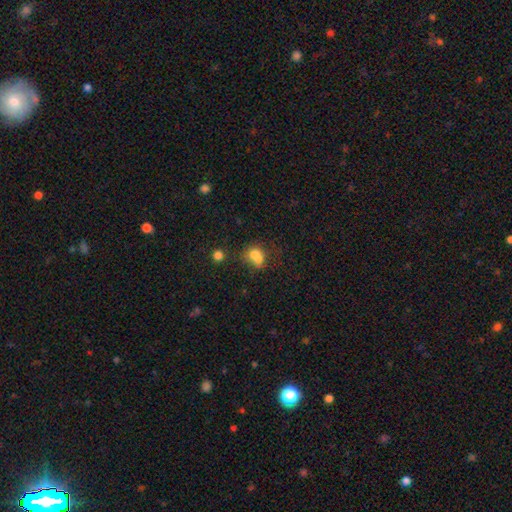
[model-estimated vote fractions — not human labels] Smooth or featured? smooth (72%)
How rounded? round (56%)
Merging? merger (51%)